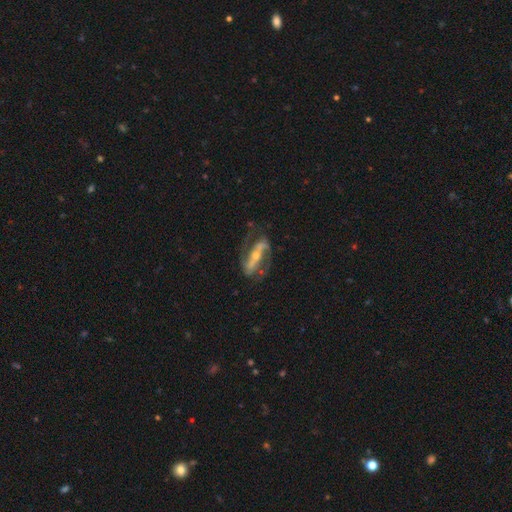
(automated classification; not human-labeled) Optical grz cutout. It shows a featured or disk galaxy (87%) with a strong bar (70%), 2 (91%) medium (45%) spiral arms (91%) and a small central bulge (51%). Merging: none (68%).